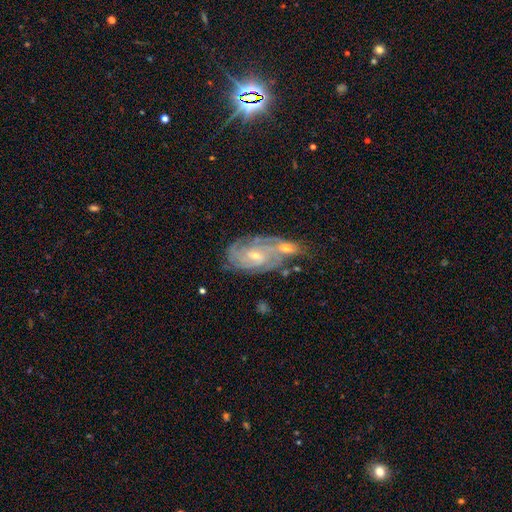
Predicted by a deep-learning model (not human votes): Smooth or featured?
  - featured or disk: 73% *
  - smooth: 15%
  - star or artifact: 13%
Edge-on disk?
  - no: 94% *
  - yes: 6%
Bar?
  - no: 61% *
  - weak: 32%
  - strong: 7%
Spiral arms?
  - yes: 88% *
  - no: 12%
Spiral winding?
  - tight: 63% *
  - medium: 29%
  - loose: 8%
Spiral arm count?
  - can't tell: 44% *
  - 2: 24%
  - 3: 15%
  - 4: 7%
  - 1: 5%
  - more than 4: 4%
Bulge size?
  - small: 59% *
  - moderate: 37%
  - none: 2%
  - large: 1%
  - dominant: 1%
Merging?
  - none: 44% *
  - merger: 27%
  - minor disturbance: 19%
  - major disturbance: 9%